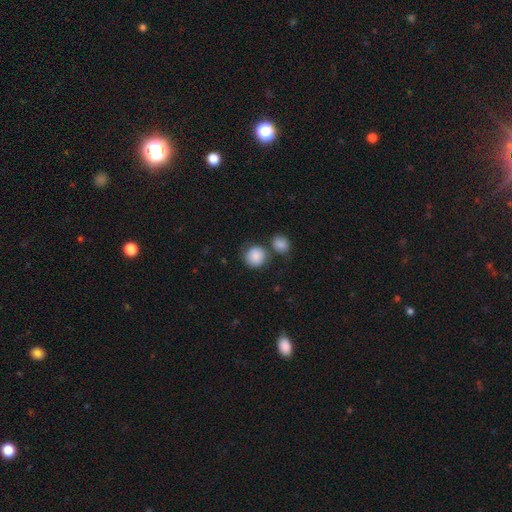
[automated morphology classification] smooth-or-featured: smooth: 87% | star or artifact: 7% | featured or disk: 6%
  how-rounded: round: 89% | in between: 10% | cigar-shaped: 1%
  merging: none: 61% | merger: 22% | minor disturbance: 12% | major disturbance: 5%